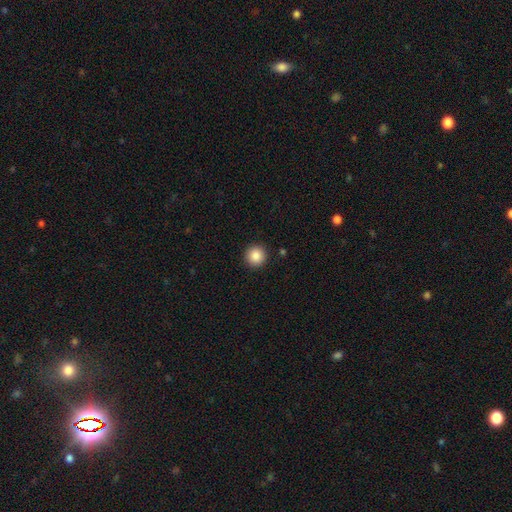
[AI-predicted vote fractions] A smooth galaxy with no disk features (87%) that is round (96%).

Vote fractions:
- Smooth or featured? smooth: 87% / star or artifact: 9% / featured or disk: 4%
- How rounded? round: 96% / in between: 4% / cigar-shaped: 1%
- Merging? none: 93% / minor disturbance: 5% / major disturbance: 2% / merger: 1%